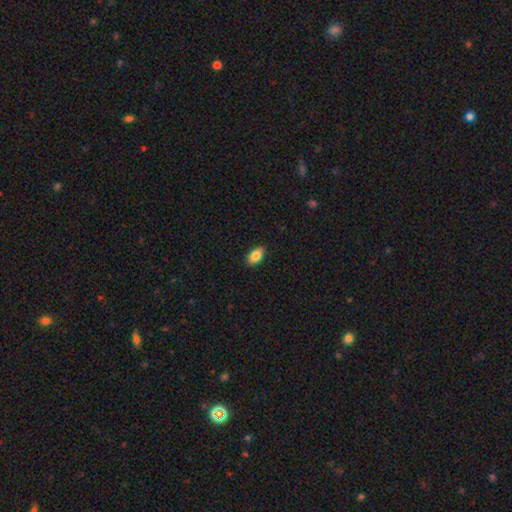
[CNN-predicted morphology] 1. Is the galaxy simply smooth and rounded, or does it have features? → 84% smooth, 9% featured or disk, 7% star or artifact.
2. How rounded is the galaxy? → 91% in between, 6% round, 3% cigar-shaped.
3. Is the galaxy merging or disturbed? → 88% none, 10% minor disturbance, 2% major disturbance, 1% merger.